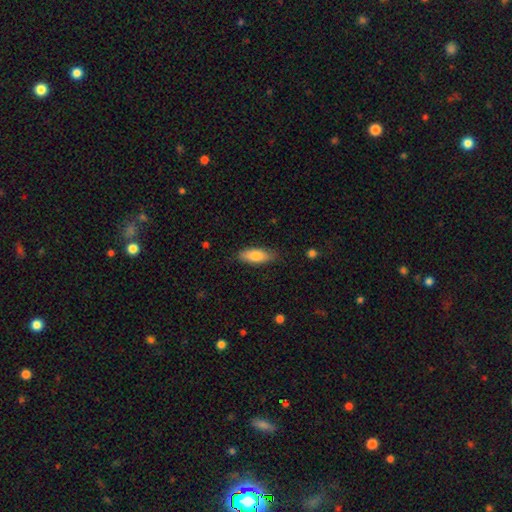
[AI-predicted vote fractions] Overall: smooth (81%). How rounded: in between (73%). Merging: none (82%).